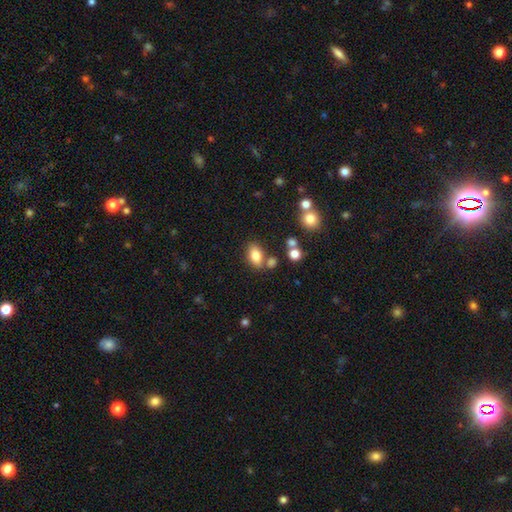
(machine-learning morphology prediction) The model was most divided on "merging": none: 68%, merger: 14%, minor disturbance: 14%, major disturbance: 4%. More confident: how rounded — in between (85%); smooth or featured — smooth (81%).